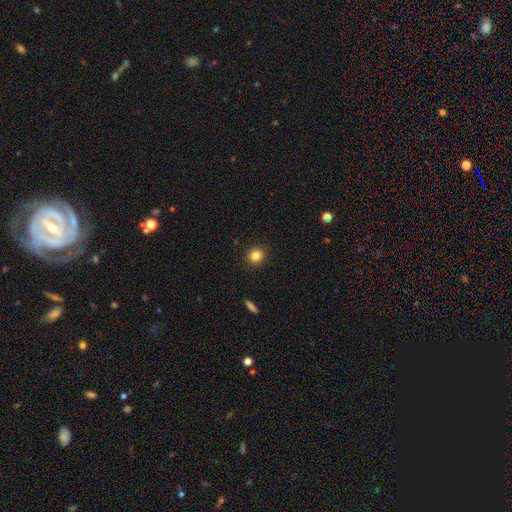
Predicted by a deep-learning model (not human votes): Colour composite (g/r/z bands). It shows a smooth galaxy with no disk features (84%) that is round (85%). Merging: none (91%).